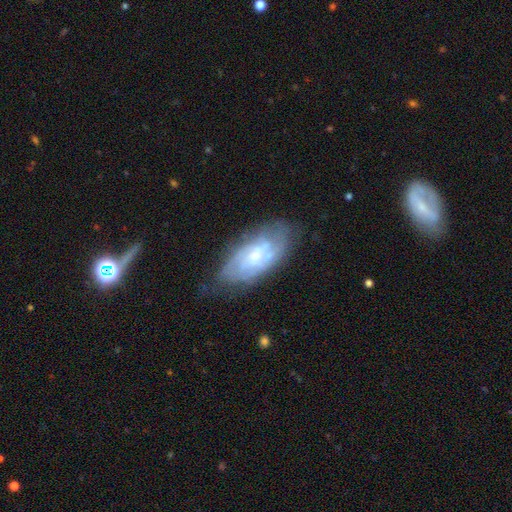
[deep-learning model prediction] smooth-or-featured: featured or disk: 66% | smooth: 26% | star or artifact: 8%
  disk-edge-on: no: 92% | yes: 8%
    bar: no: 57% | weak: 36% | strong: 7%
    has-spiral-arms: yes: 80% | no: 20%
    bulge-size: small: 56% | moderate: 29% | none: 11% | large: 3% | dominant: 1%
  merging: none: 64% | minor disturbance: 25% | major disturbance: 8% | merger: 3%